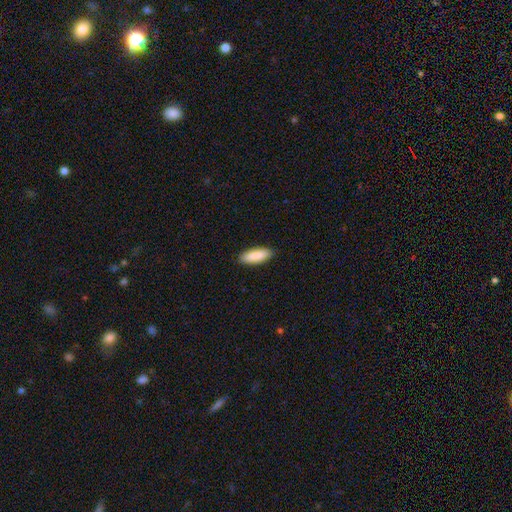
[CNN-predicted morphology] type=smooth (90%); roundness=in between (65%); merging=none (90%).